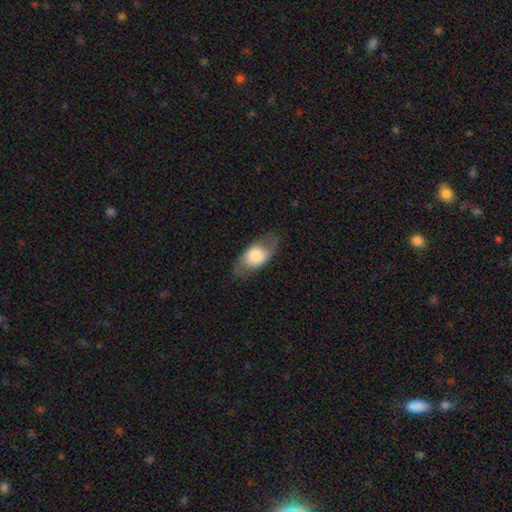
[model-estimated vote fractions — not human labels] A smooth galaxy with no disk features (59%) that is in between round and cigar-shaped (81%). Merging: none (75%).